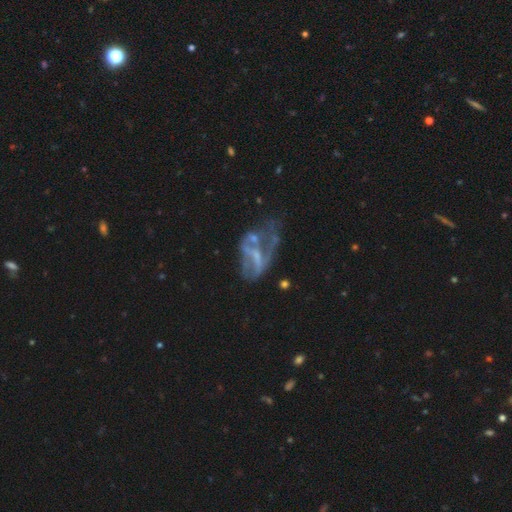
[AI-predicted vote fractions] Smooth or featured?
  - featured or disk: 68% *
  - smooth: 20%
  - star or artifact: 13%
Edge-on disk?
  - no: 95% *
  - yes: 5%
Bar?
  - no: 55% *
  - weak: 29%
  - strong: 15%
Spiral arms?
  - no: 67% *
  - yes: 33%
Bulge size?
  - none: 42% *
  - small: 37%
  - moderate: 18%
  - large: 2%
  - dominant: 1%
Merging?
  - major disturbance: 41% *
  - none: 25%
  - minor disturbance: 17%
  - merger: 17%